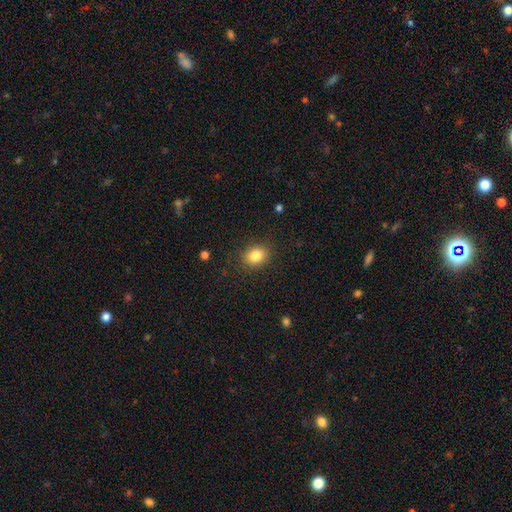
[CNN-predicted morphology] smooth_or_featured: smooth (p=0.83) [alt: star or artifact p=0.10]
how_rounded: in between (p=0.53) [alt: round p=0.46]
merging: none (p=0.86) [alt: minor disturbance p=0.10]